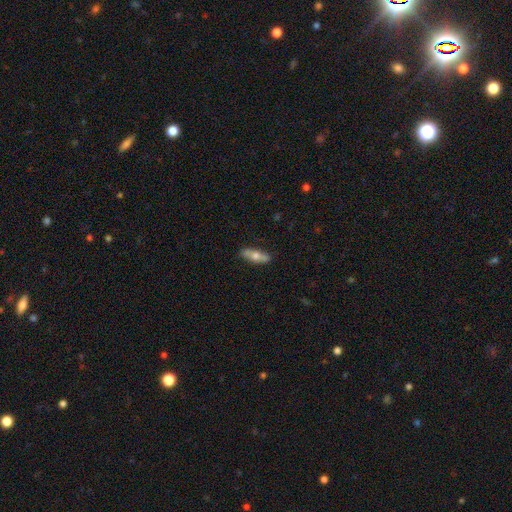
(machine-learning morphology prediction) Smooth or featured? Predicted: smooth (p=0.57). How rounded? Predicted: in between (p=0.60). Merging? Predicted: none (p=0.85).